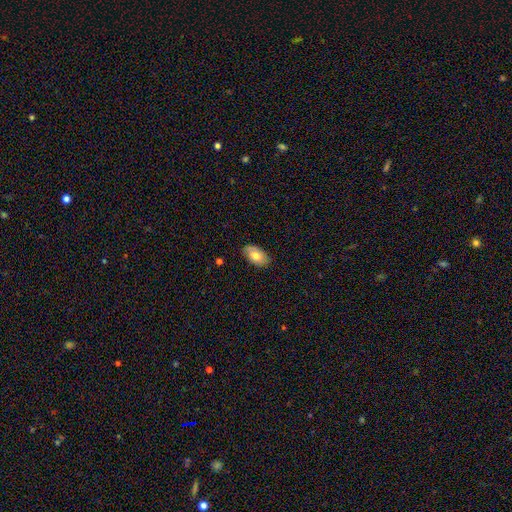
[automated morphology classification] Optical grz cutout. It shows a smooth galaxy with no disk features (73%) that is in between round and cigar-shaped (94%). Merging: none (83%).